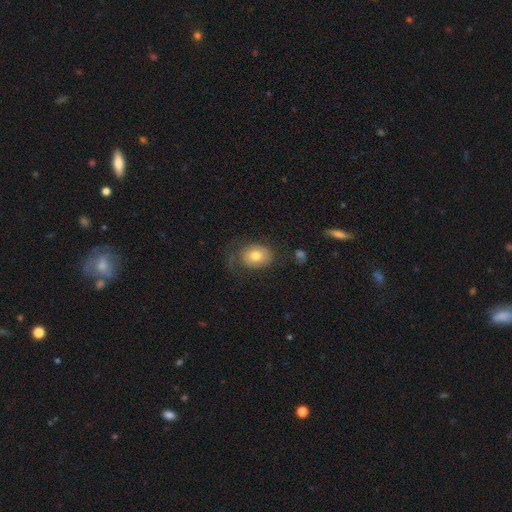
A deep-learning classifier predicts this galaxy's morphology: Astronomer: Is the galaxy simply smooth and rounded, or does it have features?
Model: smooth — 64%.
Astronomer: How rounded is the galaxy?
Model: in between — 56% (runner-up: round, 43%).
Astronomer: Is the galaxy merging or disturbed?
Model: none — 55%.